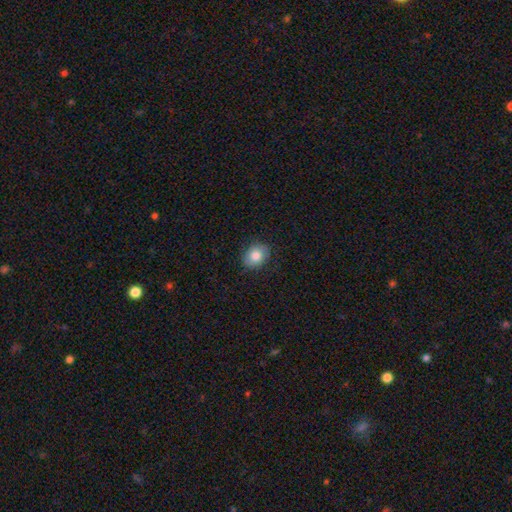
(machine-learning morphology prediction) smooth-or-featured: smooth: 81% | featured or disk: 11% | star or artifact: 8%
  how-rounded: round: 54% | in between: 45% | cigar-shaped: 1%
  merging: none: 83% | minor disturbance: 13% | major disturbance: 3% | merger: 1%